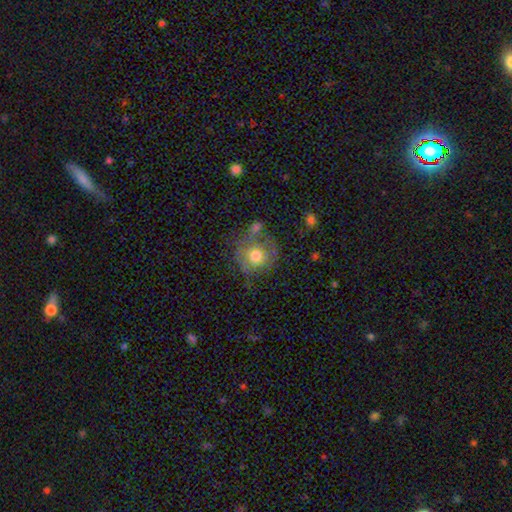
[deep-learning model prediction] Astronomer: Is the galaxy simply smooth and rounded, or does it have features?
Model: smooth — 53% (runner-up: featured or disk, 38%).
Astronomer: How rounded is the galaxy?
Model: round — 85%.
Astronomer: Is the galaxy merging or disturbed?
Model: none — 48%.